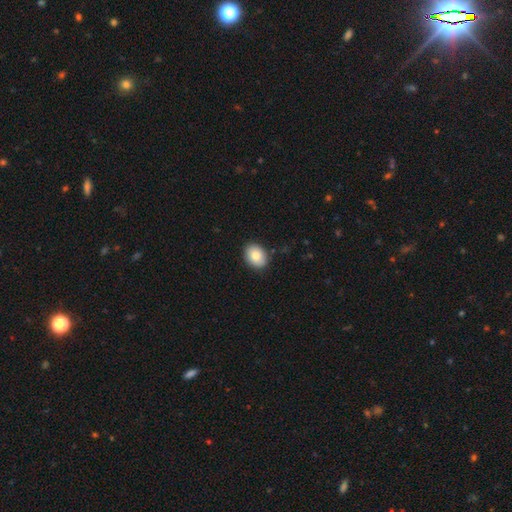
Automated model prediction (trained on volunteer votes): This is clearly a smooth galaxy (83%). How rounded: possibly in between (59%). Merging: clearly none (88%).